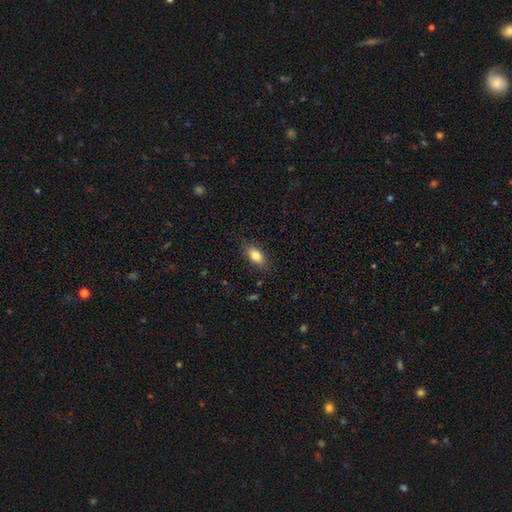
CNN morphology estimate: Smooth or featured: smooth — 80% (featured or disk — 12%)
How rounded: in between — 86% (round — 8%)
Merging: none — 83% (minor disturbance — 13%)